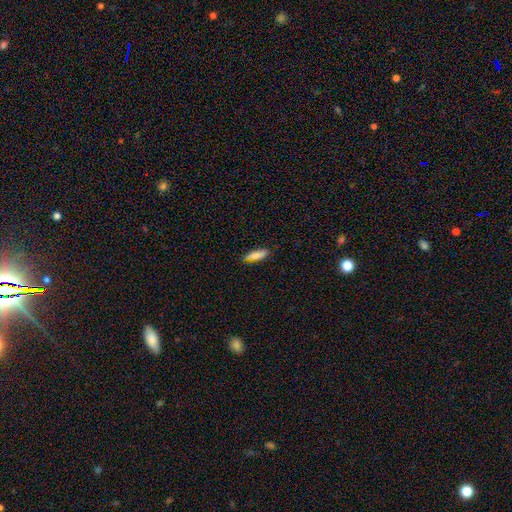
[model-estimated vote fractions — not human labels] smooth 83%, featured or disk 11%, star or artifact 6%. Down the decision tree: how rounded — cigar-shaped (55%); merging — none (85%).